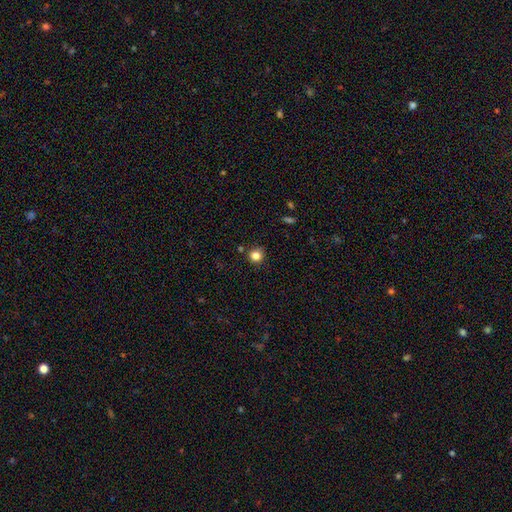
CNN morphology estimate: Smooth or featured? smooth (83%)
How rounded? round (92%)
Merging? none (86%)